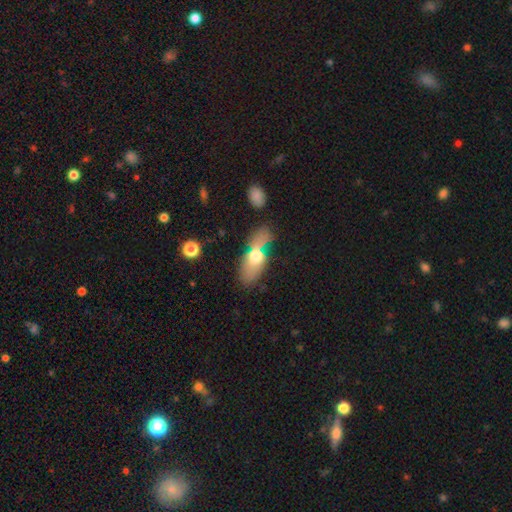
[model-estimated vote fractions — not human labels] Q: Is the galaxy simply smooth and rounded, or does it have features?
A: smooth — 65%.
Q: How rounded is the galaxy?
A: in between — 74%.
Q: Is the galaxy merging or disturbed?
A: none — 57%.